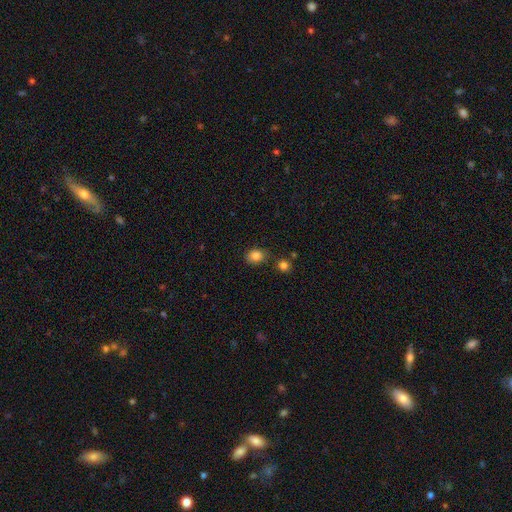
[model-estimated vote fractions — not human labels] This appears to be a smooth galaxy with no disk features (84%) that is round (51%). Merging: none (76%).